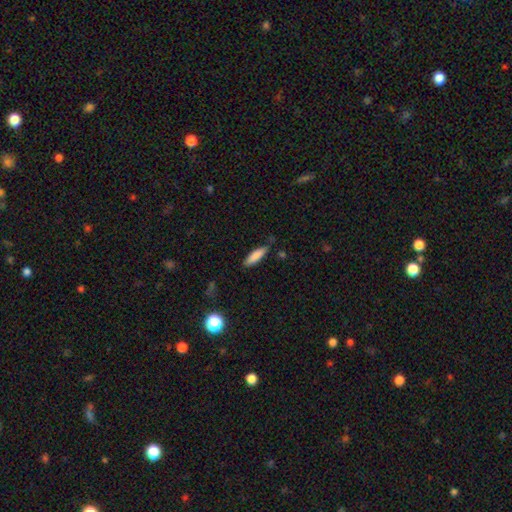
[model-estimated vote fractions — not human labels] Q: Smooth or featured?
A: smooth (85%); runner-up: featured or disk (8%)
Q: How rounded?
A: cigar-shaped (59%); runner-up: in between (40%)
Q: Merging?
A: none (74%); runner-up: minor disturbance (19%)